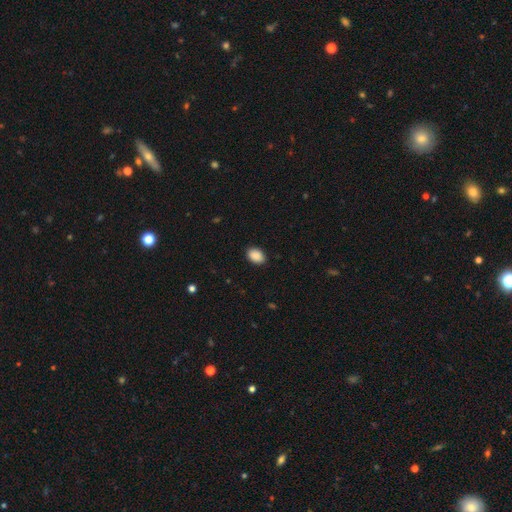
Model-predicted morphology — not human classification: A smooth galaxy with no disk features (90%) that is in between round and cigar-shaped (82%).

Vote fractions:
- Smooth or featured? smooth: 90% / star or artifact: 7% / featured or disk: 2%
- How rounded? in between: 82% / round: 17% / cigar-shaped: 1%
- Merging? none: 89% / minor disturbance: 8% / major disturbance: 2% / merger: 1%